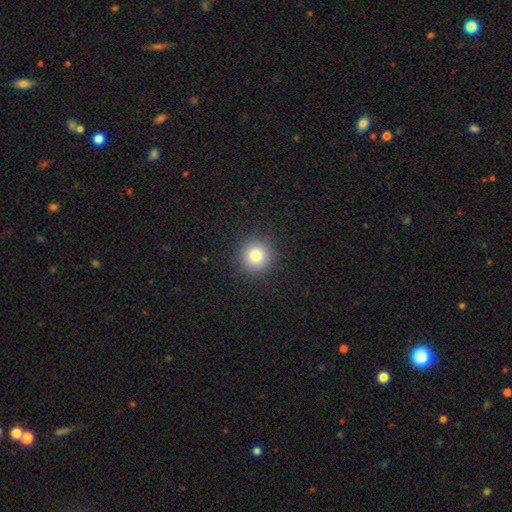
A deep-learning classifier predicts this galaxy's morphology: Smooth or featured? smooth (81%)
How rounded? round (95%)
Merging? none (92%)